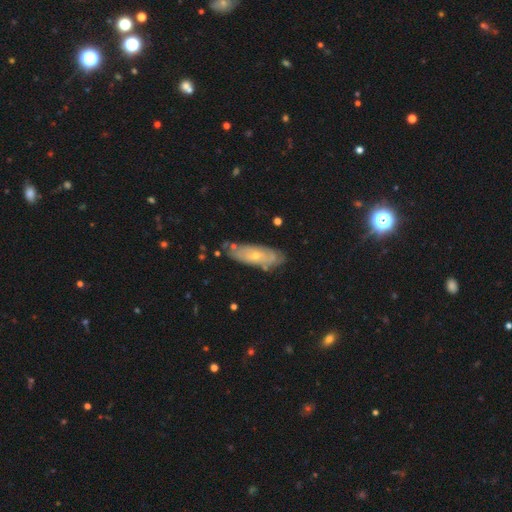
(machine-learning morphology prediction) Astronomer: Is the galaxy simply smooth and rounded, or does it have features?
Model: featured or disk — 62%.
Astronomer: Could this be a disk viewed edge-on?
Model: no — 83%.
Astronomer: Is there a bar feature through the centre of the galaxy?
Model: no — 82%.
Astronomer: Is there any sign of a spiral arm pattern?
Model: yes — 67%.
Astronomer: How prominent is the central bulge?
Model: small — 67%.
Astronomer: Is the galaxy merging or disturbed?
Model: none — 69%.